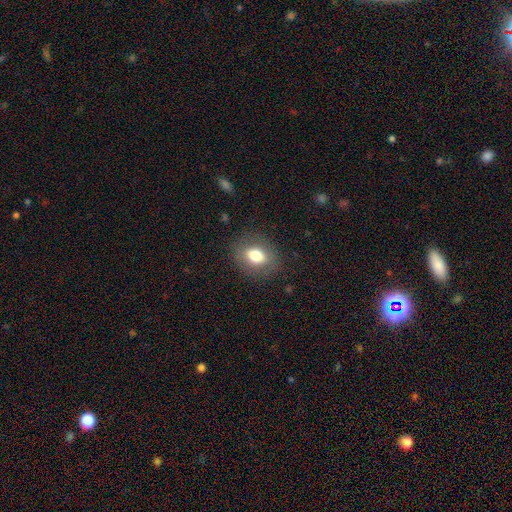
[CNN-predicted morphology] A smooth galaxy with no disk features (74%) that is in between round and cigar-shaped (65%).

Vote fractions:
- Smooth or featured? smooth: 74% / featured or disk: 16% / star or artifact: 9%
- How rounded? in between: 65% / round: 34% / cigar-shaped: 1%
- Merging? none: 83% / minor disturbance: 11% / major disturbance: 5% / merger: 1%